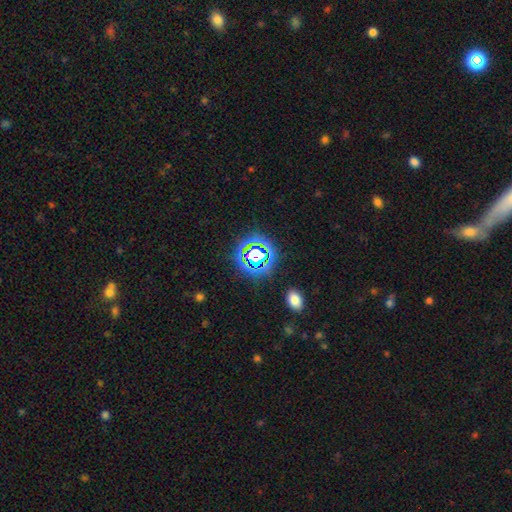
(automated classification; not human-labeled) A star or artifact, not a galaxy (67%).